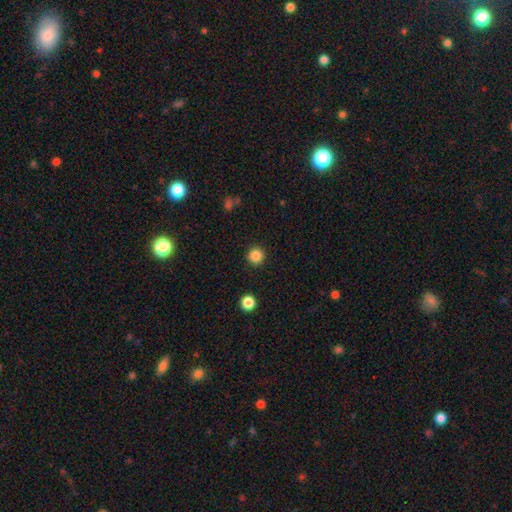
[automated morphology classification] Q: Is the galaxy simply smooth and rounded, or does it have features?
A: smooth — 85%.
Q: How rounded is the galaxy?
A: round — 96%.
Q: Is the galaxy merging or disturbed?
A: none — 92%.